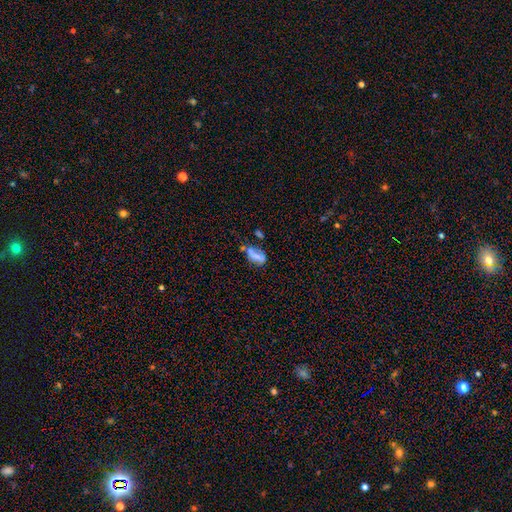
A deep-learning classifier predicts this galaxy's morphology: smooth 55%, featured or disk 27%, star or artifact 18%. Down the decision tree: how rounded — in between (80%); merging — none (36%).